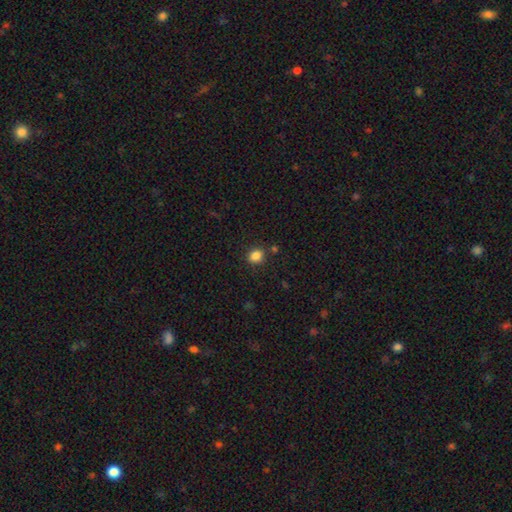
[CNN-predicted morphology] Smooth or featured? smooth (85%)
How rounded? round (63%)
Merging? none (82%)